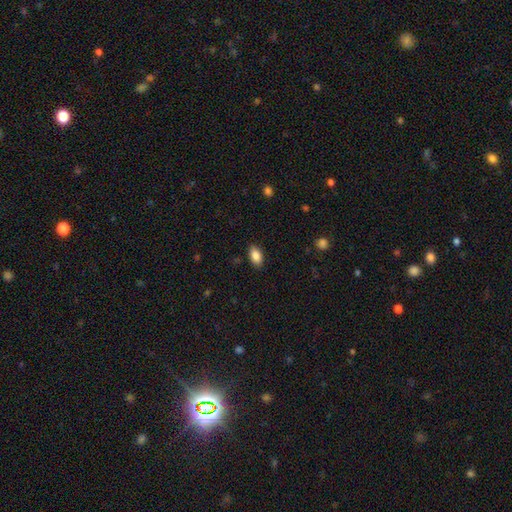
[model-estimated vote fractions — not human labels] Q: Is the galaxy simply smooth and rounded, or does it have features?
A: smooth — 87%.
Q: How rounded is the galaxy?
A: in between — 92%.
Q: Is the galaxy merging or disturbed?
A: none — 87%.